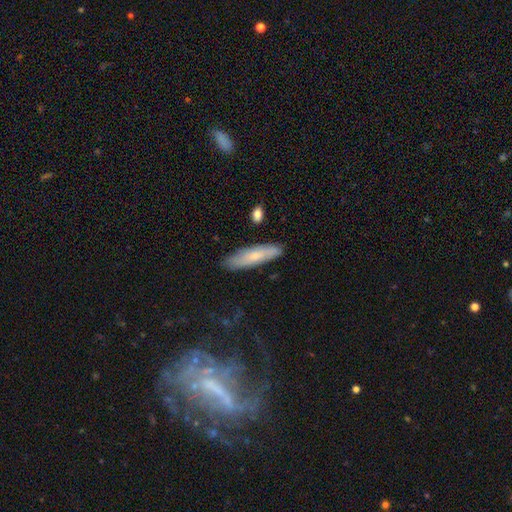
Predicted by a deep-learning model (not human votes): Overall: smooth (65%; featured or disk 29%). How rounded: cigar-shaped (70%). Merging: none (81%).